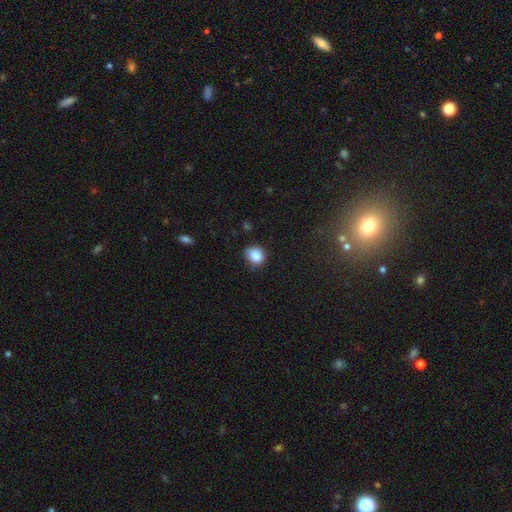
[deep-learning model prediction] smooth_or_featured: smooth (p=0.85) [alt: star or artifact p=0.10]
how_rounded: round (p=0.76) [alt: in between p=0.23]
merging: none (p=0.65) [alt: minor disturbance p=0.27]